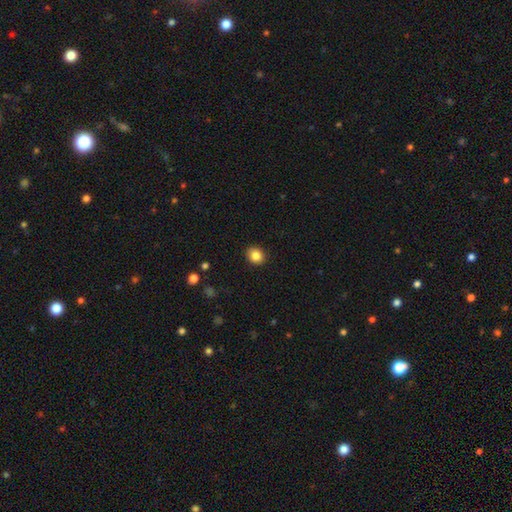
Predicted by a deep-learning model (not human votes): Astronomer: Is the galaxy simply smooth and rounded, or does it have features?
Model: smooth — 85%.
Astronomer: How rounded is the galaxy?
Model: round — 74%.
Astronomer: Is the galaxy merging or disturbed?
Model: none — 91%.